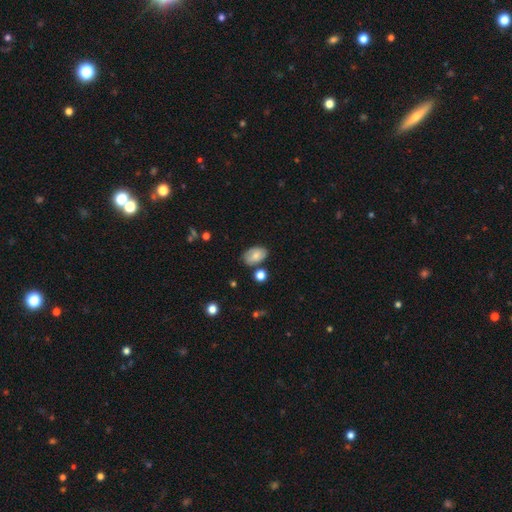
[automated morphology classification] Q: Smooth or featured?
A: smooth (67%); runner-up: featured or disk (24%)
Q: How rounded?
A: in between (87%); runner-up: round (12%)
Q: Merging?
A: none (70%); runner-up: minor disturbance (19%)